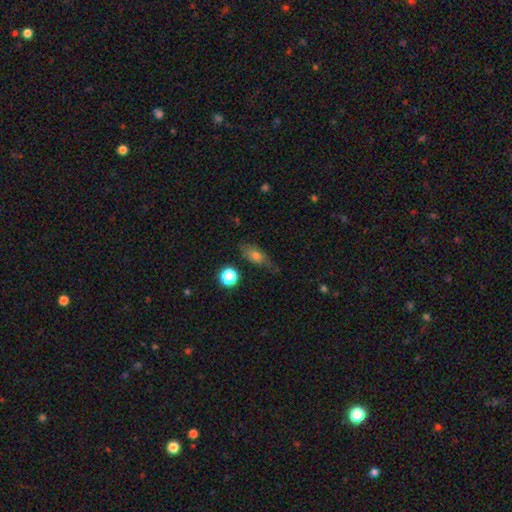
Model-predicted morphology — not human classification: smooth_or_featured: smooth (p=0.69) [alt: featured or disk p=0.20]
how_rounded: in between (p=0.74) [alt: round p=0.14]
merging: none (p=0.64) [alt: minor disturbance p=0.25]